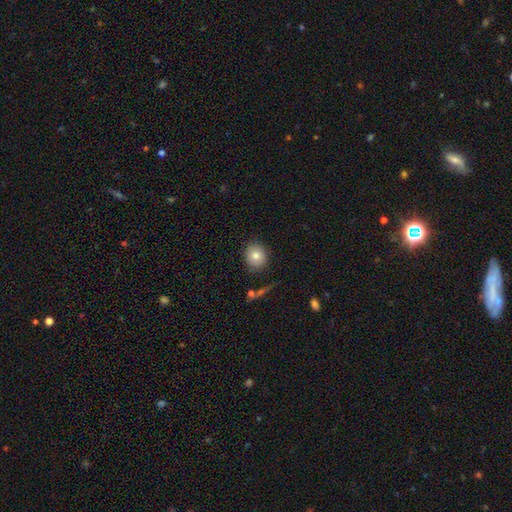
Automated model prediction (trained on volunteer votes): smooth-or-featured: smooth: 79% | featured or disk: 12% | star or artifact: 9%
  how-rounded: round: 83% | in between: 16% | cigar-shaped: 1%
  merging: none: 85% | minor disturbance: 10% | major disturbance: 3% | merger: 2%